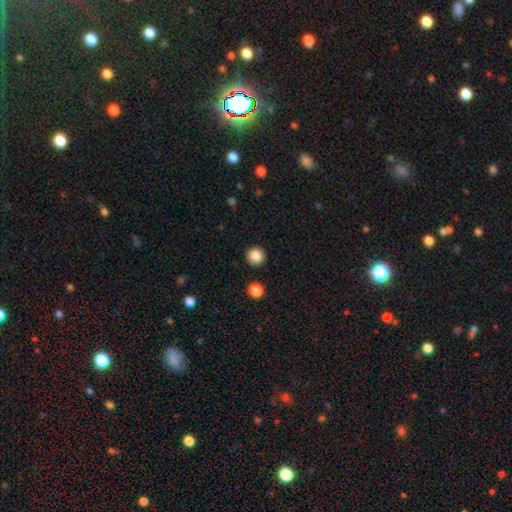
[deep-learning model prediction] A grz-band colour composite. It shows a smooth galaxy with no disk features (87%) that is round (95%). Merging: none (92%).